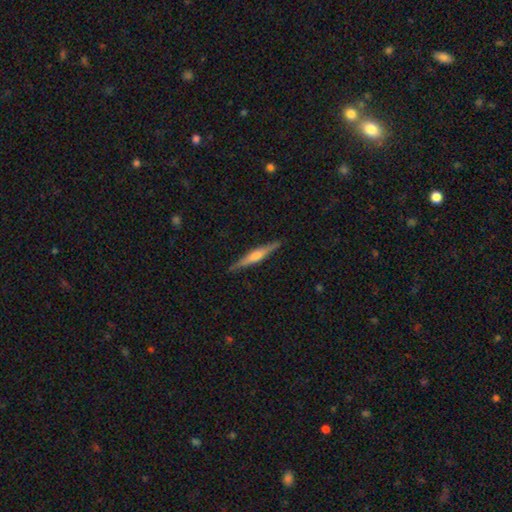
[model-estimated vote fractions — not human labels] Smooth or featured? featured or disk (68%)
Edge-on disk? yes (98%)
Edge-on bulge? rounded (75%)
Merging? none (90%)